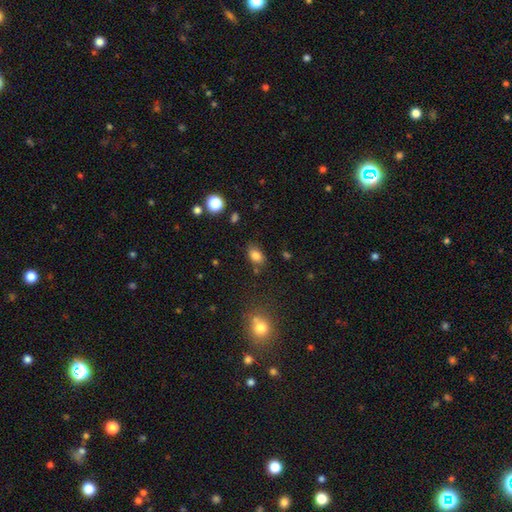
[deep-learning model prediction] Overall: smooth (81%). How rounded: in between (82%). Merging: none (75%).